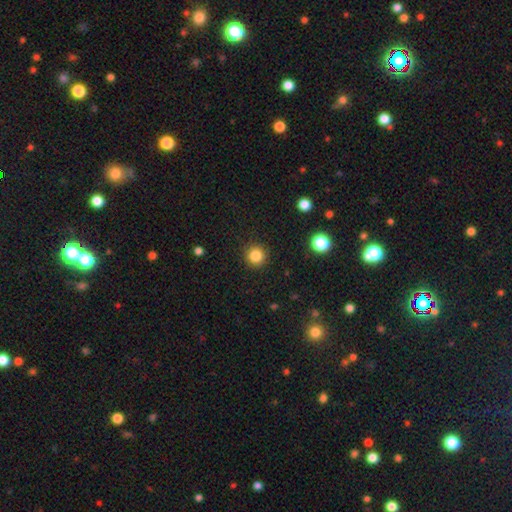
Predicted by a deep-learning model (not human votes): smooth-or-featured: smooth: 84% | star or artifact: 11% | featured or disk: 4%
  how-rounded: round: 95% | in between: 4% | cigar-shaped: 1%
  merging: none: 92% | minor disturbance: 5% | major disturbance: 2% | merger: 1%